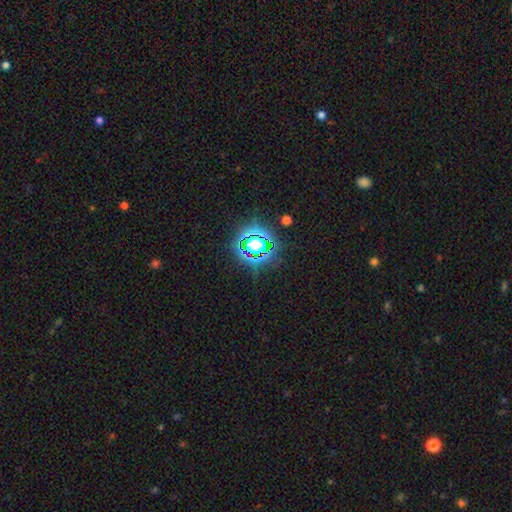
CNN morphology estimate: A star or artifact, not a galaxy (82%).